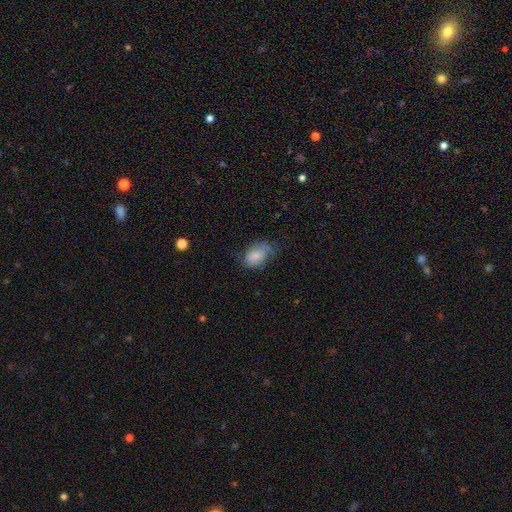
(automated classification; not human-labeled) Smooth or featured? Predicted: smooth (p=0.72). How rounded? Predicted: in between (p=0.80). Merging? Predicted: none (p=0.42).